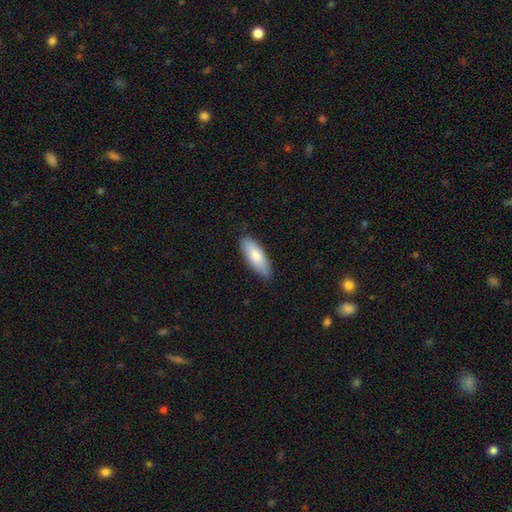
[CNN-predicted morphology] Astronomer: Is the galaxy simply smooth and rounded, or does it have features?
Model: smooth — 79%.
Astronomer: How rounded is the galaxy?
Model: in between — 70%.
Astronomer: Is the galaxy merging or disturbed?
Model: none — 81%.